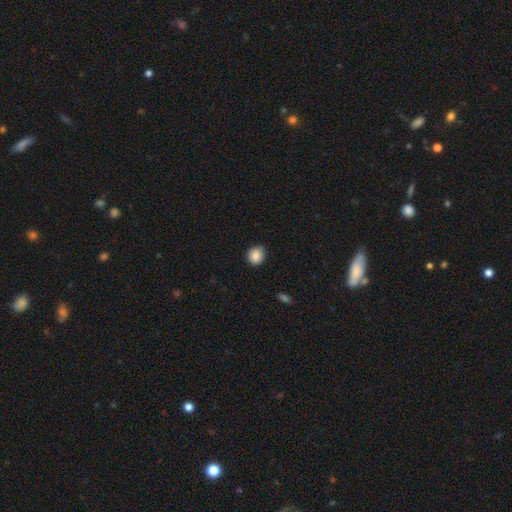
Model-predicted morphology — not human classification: smooth 87%, star or artifact 8%, featured or disk 5%. Down the decision tree: how rounded — round (80%); merging — none (80%).